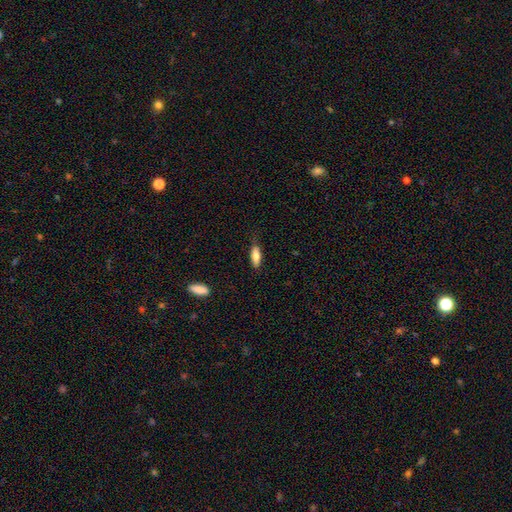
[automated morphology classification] smooth 77%, featured or disk 16%, star or artifact 6%. Down the decision tree: how rounded — in between (59%); merging — none (77%).